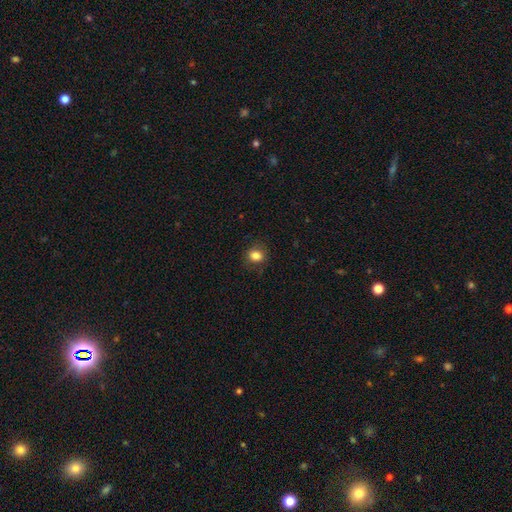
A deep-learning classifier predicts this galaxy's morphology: Smooth or featured? Predicted: smooth (p=0.83). How rounded? Predicted: round (p=0.60). Merging? Predicted: none (p=0.82).